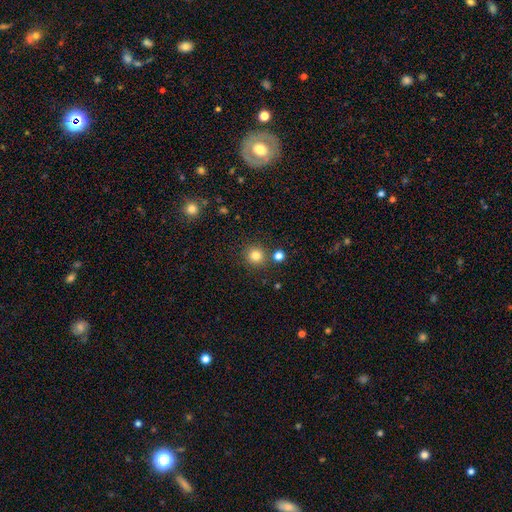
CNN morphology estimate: This appears to be a smooth galaxy with no disk features (81%) that is round (93%). Merging: none (83%).